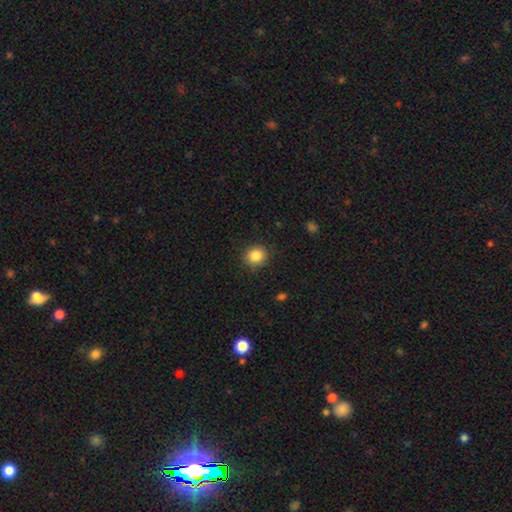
Smooth or featured?
  - smooth: 89% *
  - star or artifact: 8%
  - featured or disk: 3%
How rounded?
  - round: 79% *
  - in between: 18%
  - cigar-shaped: 3%
Merging?
  - none: 80% *
  - minor disturbance: 14%
  - major disturbance: 3%
  - merger: 3%